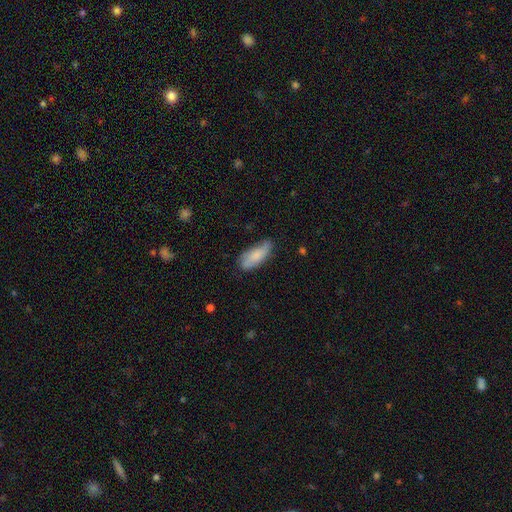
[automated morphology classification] Overall: smooth (76%). How rounded: in between (76%). Merging: none (64%; minor disturbance 28%).